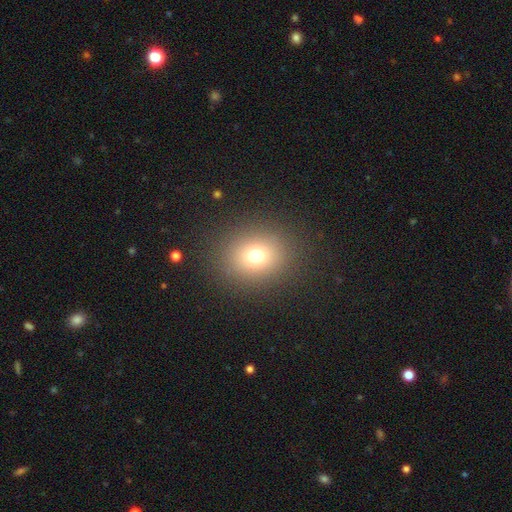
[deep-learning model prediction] Smooth or featured: smooth — 73% (star or artifact — 17%)
How rounded: round — 67% (in between — 32%)
Merging: none — 88% (minor disturbance — 7%)